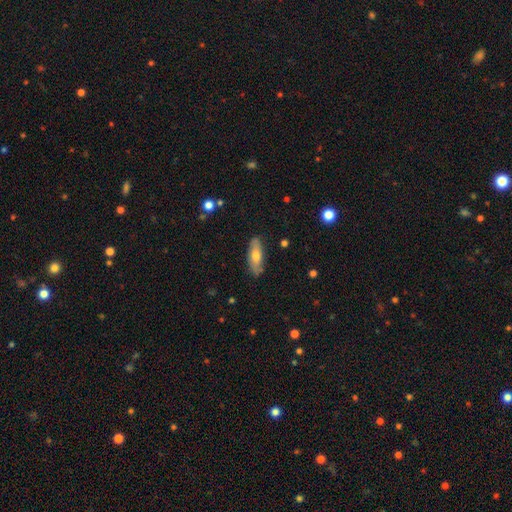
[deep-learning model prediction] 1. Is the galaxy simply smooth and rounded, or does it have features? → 64% smooth, 30% featured or disk, 6% star or artifact.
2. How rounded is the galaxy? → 64% in between, 34% cigar-shaped, 2% round.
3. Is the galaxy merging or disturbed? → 84% none, 12% minor disturbance, 2% major disturbance, 1% merger.